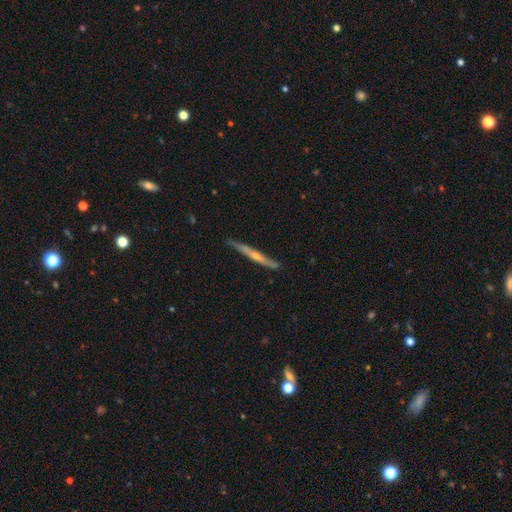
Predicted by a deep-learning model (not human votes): This is likely a featured or disk galaxy (69%). It is clearly viewed edge-on (97%). Edge-on bulge: likely rounded (70%). Merging: clearly none (84%).